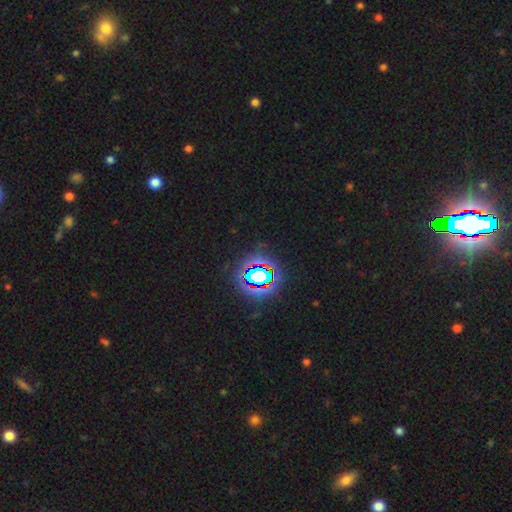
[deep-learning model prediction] This is clearly a star or artifact rather than a galaxy (83%).